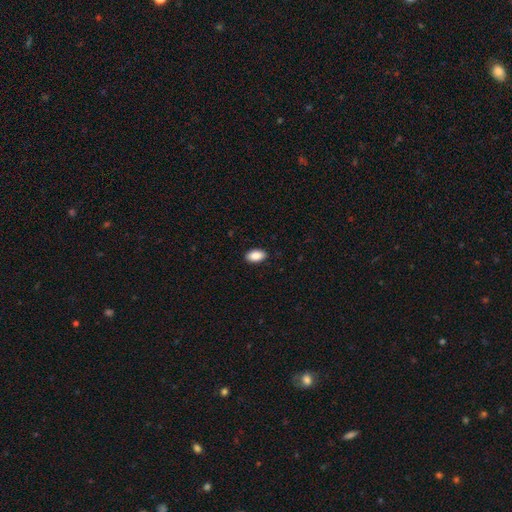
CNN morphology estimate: type=smooth (89%); roundness=in between (94%); merging=none (90%).